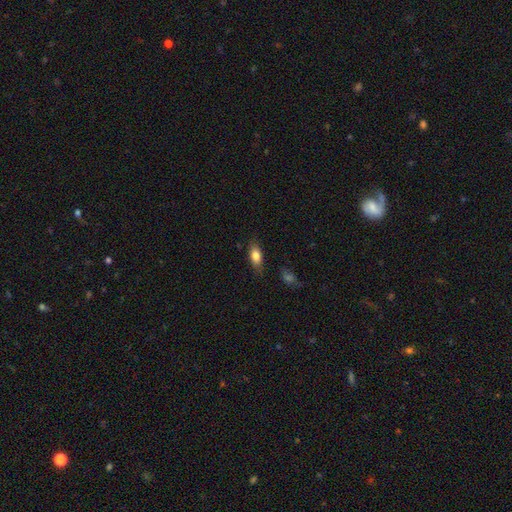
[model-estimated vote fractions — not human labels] Smooth or featured? Predicted: smooth (p=0.79). How rounded? Predicted: in between (p=0.81). Merging? Predicted: none (p=0.79).